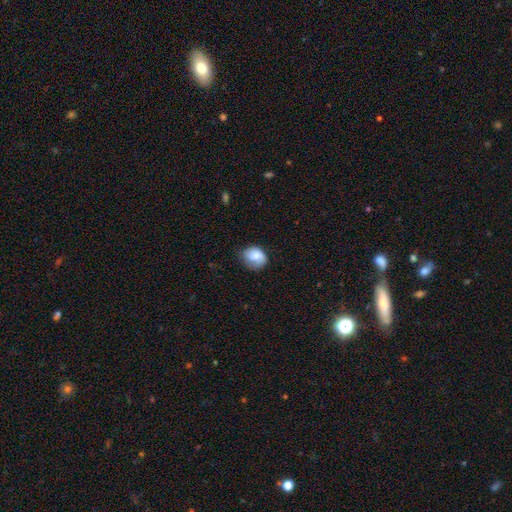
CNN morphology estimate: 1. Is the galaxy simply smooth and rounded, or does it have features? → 75% smooth, 17% featured or disk, 7% star or artifact.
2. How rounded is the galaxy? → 54% round, 45% in between, 1% cigar-shaped.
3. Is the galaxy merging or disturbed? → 56% none, 32% minor disturbance, 11% major disturbance, 1% merger.